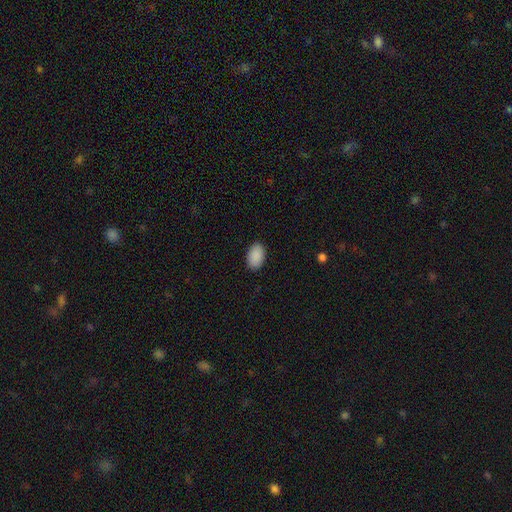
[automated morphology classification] Q: Smooth or featured?
A: smooth (91%); runner-up: star or artifact (7%)
Q: How rounded?
A: in between (92%); runner-up: round (7%)
Q: Merging?
A: none (89%); runner-up: minor disturbance (8%)